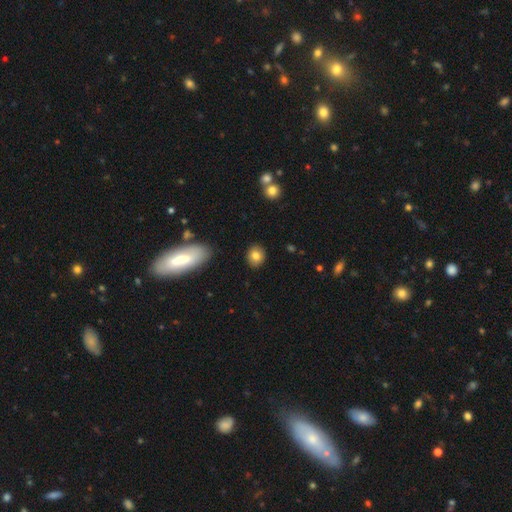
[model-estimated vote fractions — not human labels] A smooth galaxy with no disk features (82%) that is round (68%). Merging: none (88%).